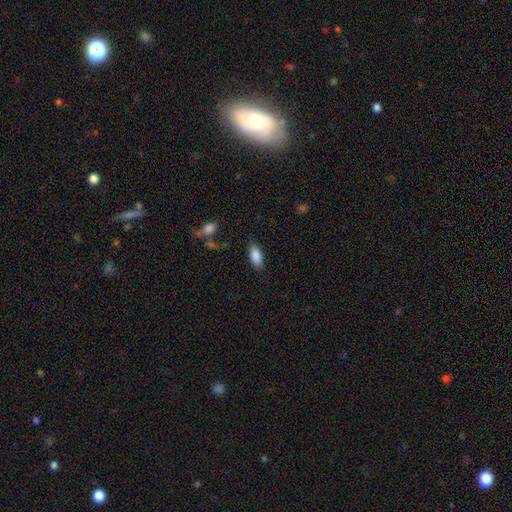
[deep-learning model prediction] The model was most divided on "merging": none: 84%, minor disturbance: 11%, major disturbance: 3%, merger: 2%. More confident: smooth or featured — smooth (88%); how rounded — in between (87%).